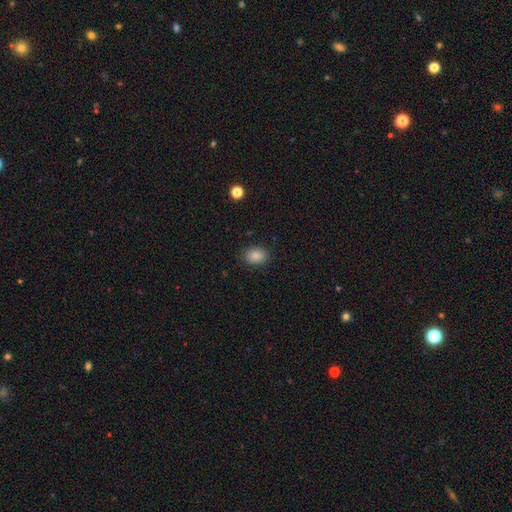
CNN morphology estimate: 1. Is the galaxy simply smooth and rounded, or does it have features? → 87% smooth, 10% star or artifact, 4% featured or disk.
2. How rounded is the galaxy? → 62% in between, 37% round, 1% cigar-shaped.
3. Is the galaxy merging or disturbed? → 86% none, 10% minor disturbance, 3% major disturbance, 1% merger.